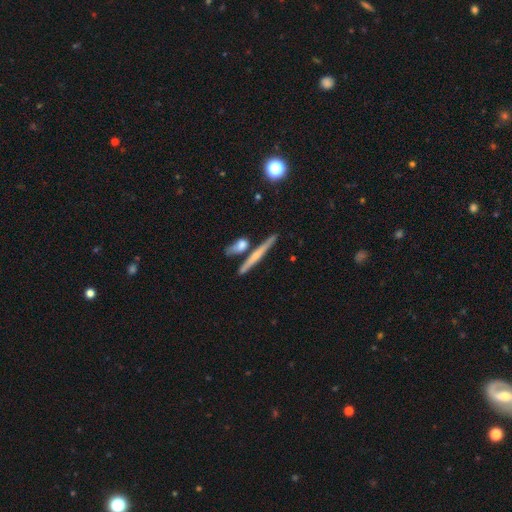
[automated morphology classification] Q: Smooth or featured?
A: featured or disk (54%); runner-up: smooth (39%)
Q: Edge-on disk?
A: yes (96%); runner-up: no (4%)
Q: Edge-on bulge?
A: rounded (50%); runner-up: none (40%)
Q: Merging?
A: none (77%); runner-up: merger (12%)